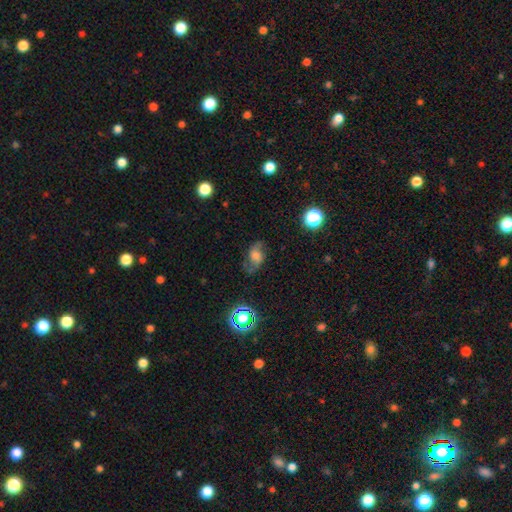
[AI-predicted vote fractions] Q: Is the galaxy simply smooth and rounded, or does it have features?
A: featured or disk — 47%.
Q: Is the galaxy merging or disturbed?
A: none — 63%.